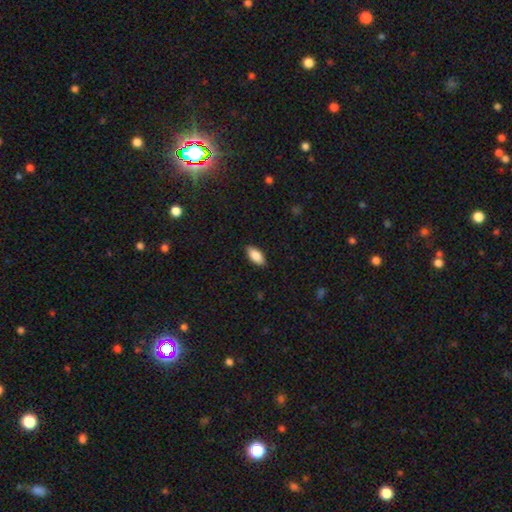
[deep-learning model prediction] This appears to be a smooth galaxy with no disk features (85%) that is in between round and cigar-shaped (88%). Merging: none (87%).